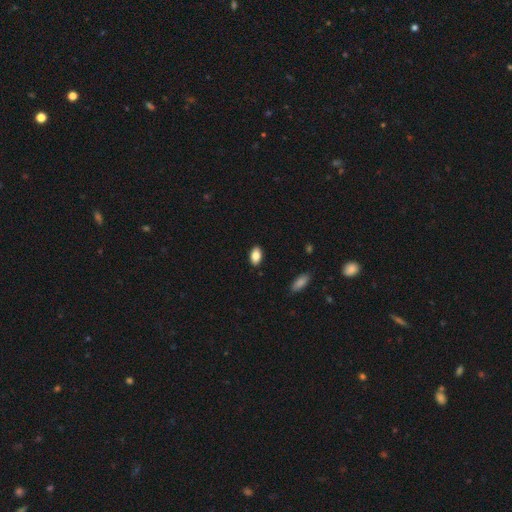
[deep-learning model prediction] Smooth or featured?
  - smooth: 84% *
  - featured or disk: 9%
  - star or artifact: 8%
How rounded?
  - in between: 92% *
  - round: 5%
  - cigar-shaped: 3%
Merging?
  - none: 89% *
  - minor disturbance: 8%
  - major disturbance: 2%
  - merger: 1%